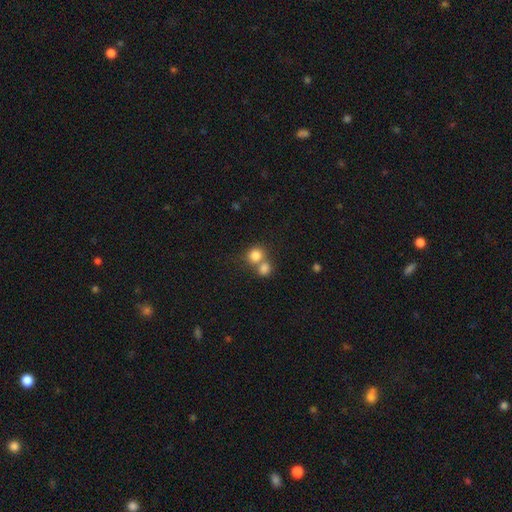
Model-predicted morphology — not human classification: type=smooth (81%); roundness=round (82%); merging=merger (47%).